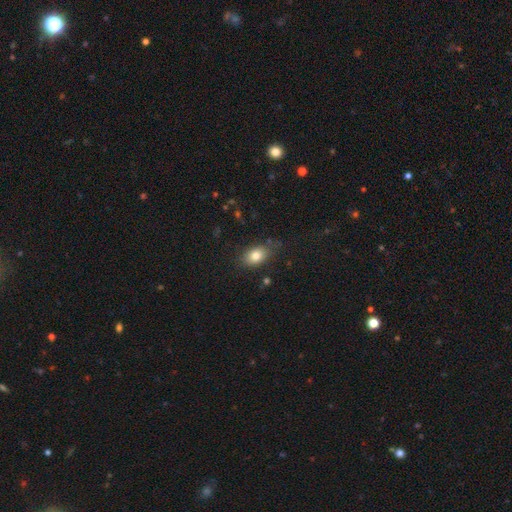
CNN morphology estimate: Overall: smooth (81%). How rounded: in between (82%). Merging: none (77%).